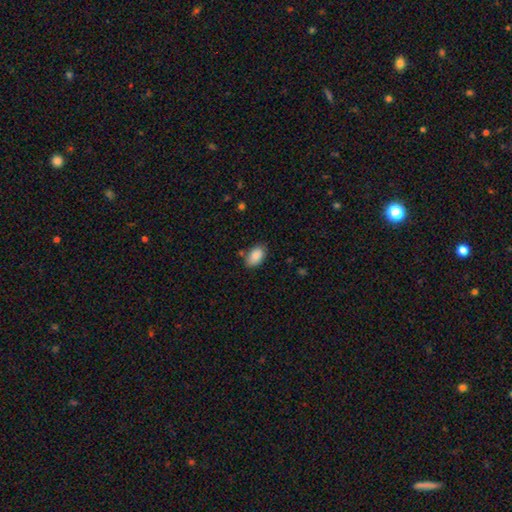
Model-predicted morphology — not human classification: Smooth or featured: smooth — 88% (star or artifact — 7%)
How rounded: in between — 92% (round — 6%)
Merging: none — 78% (minor disturbance — 15%)